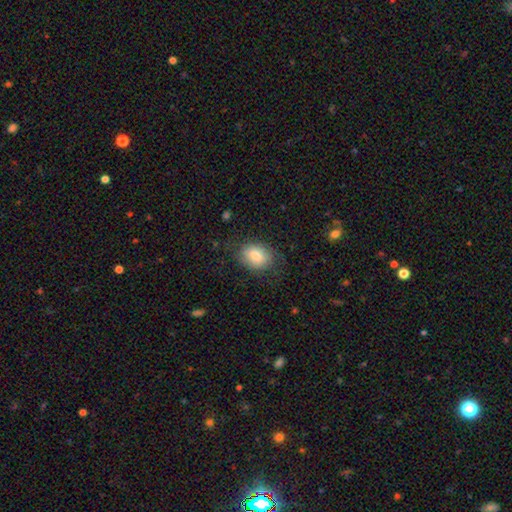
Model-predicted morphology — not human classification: This is likely a smooth galaxy (79%). How rounded: likely in between (72%). Merging: likely none (73%).